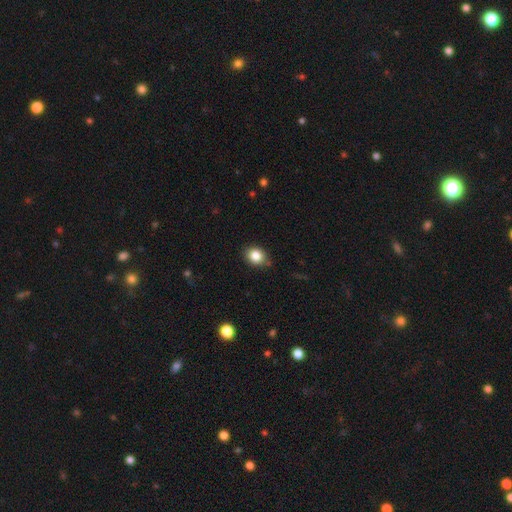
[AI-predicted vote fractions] Overall: smooth (83%). How rounded: round (57%; in between 42%). Merging: none (78%).